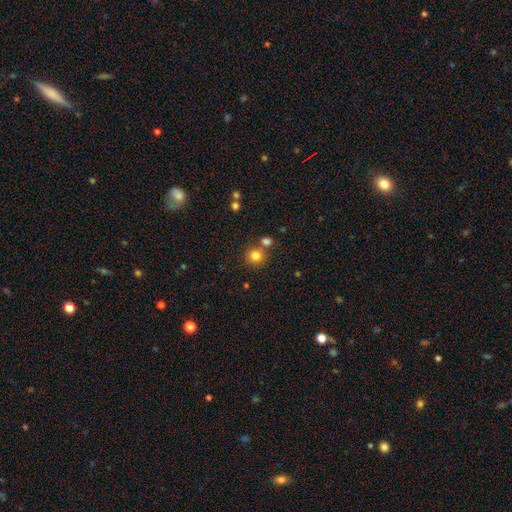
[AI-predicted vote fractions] This appears to be a smooth galaxy with no disk features (82%) that is round (88%). Merging: none (70%).